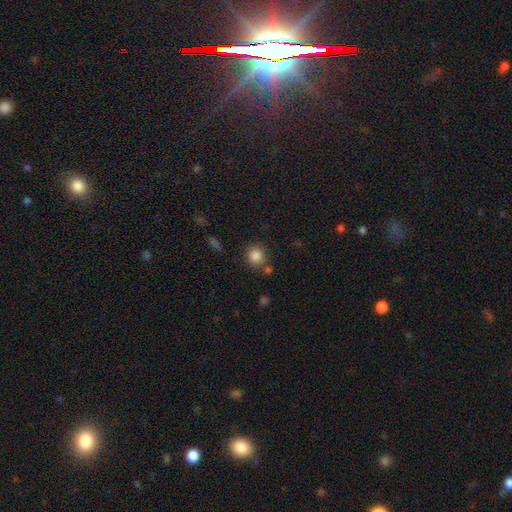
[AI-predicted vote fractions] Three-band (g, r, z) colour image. It shows a smooth galaxy with no disk features (84%) that is round (88%). Merging: none (79%).